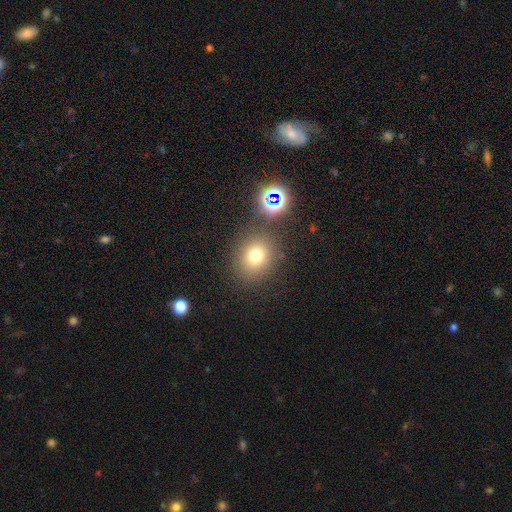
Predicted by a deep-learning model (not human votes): Q: Smooth or featured?
A: smooth (72%); runner-up: star or artifact (18%)
Q: How rounded?
A: round (71%); runner-up: in between (28%)
Q: Merging?
A: none (78%); runner-up: minor disturbance (10%)